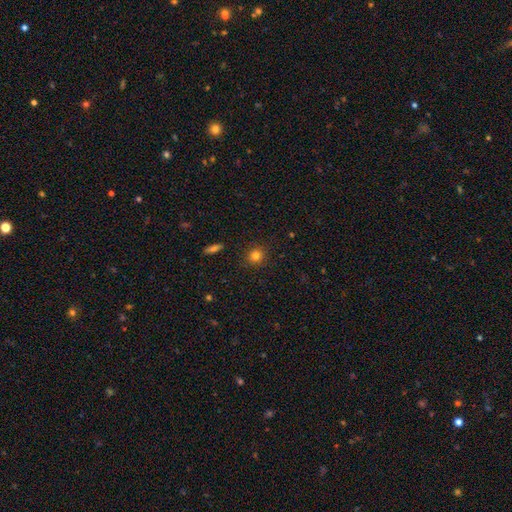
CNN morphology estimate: smooth-or-featured: smooth: 80% | star or artifact: 13% | featured or disk: 6%
  how-rounded: round: 88% | in between: 11% | cigar-shaped: 1%
  merging: none: 89% | minor disturbance: 8% | major disturbance: 2% | merger: 1%